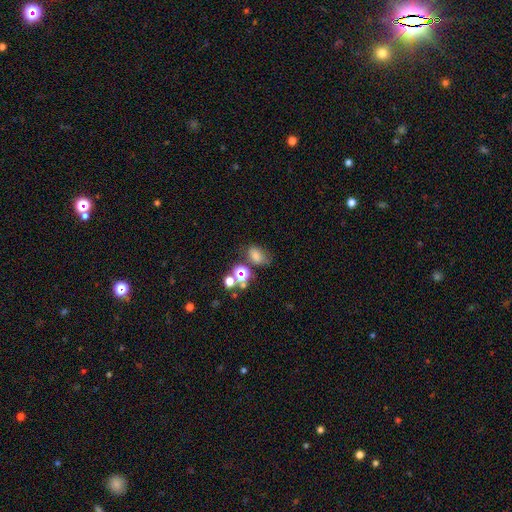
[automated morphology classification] type=smooth (66%); roundness=in between (76%); merging=none (55%).